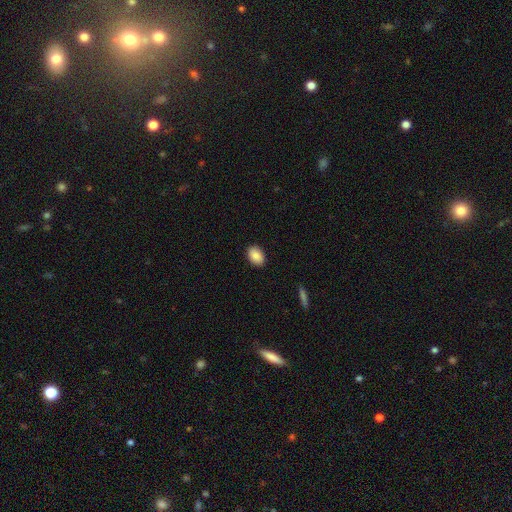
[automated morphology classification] Q: Smooth or featured?
A: smooth (88%); runner-up: star or artifact (7%)
Q: How rounded?
A: in between (82%); runner-up: round (17%)
Q: Merging?
A: none (90%); runner-up: minor disturbance (7%)